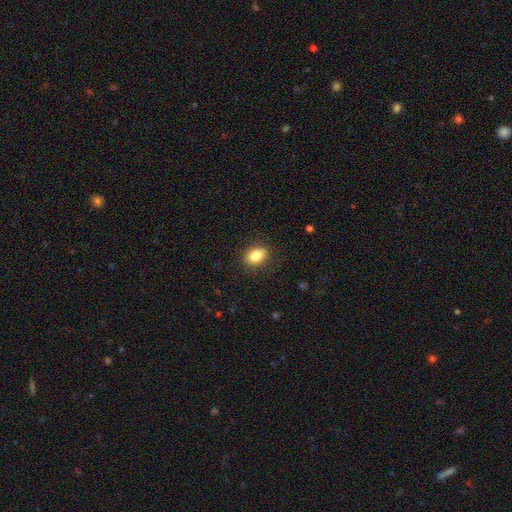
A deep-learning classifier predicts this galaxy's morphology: Q: Smooth or featured?
A: smooth (83%); runner-up: star or artifact (9%)
Q: How rounded?
A: in between (75%); runner-up: round (23%)
Q: Merging?
A: none (85%); runner-up: minor disturbance (11%)